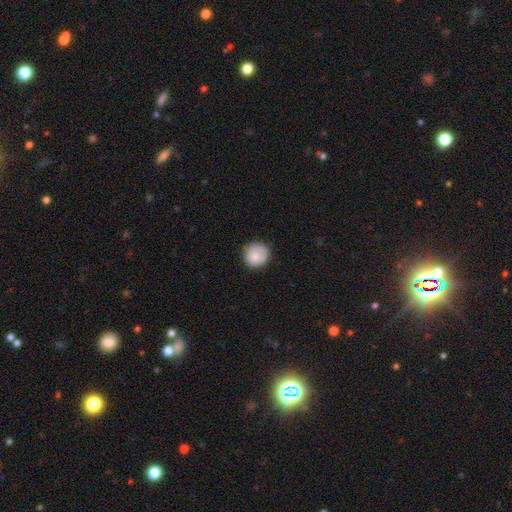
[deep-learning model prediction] This is clearly a smooth galaxy (85%). How rounded: clearly round (92%). Merging: clearly none (81%).